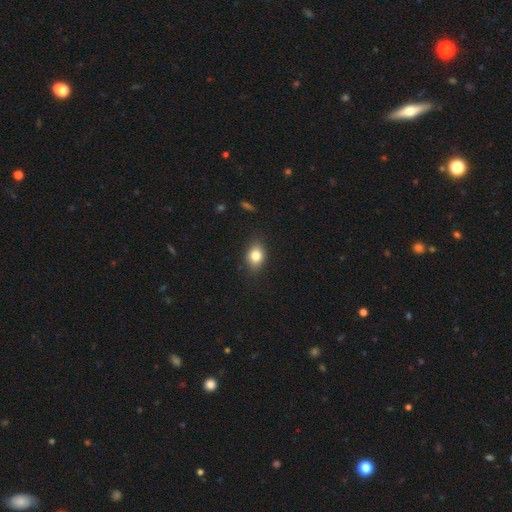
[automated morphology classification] Smooth or featured?
  - smooth: 81% *
  - featured or disk: 10%
  - star or artifact: 10%
How rounded?
  - in between: 66% *
  - round: 32%
  - cigar-shaped: 2%
Merging?
  - none: 83% *
  - minor disturbance: 13%
  - major disturbance: 3%
  - merger: 1%